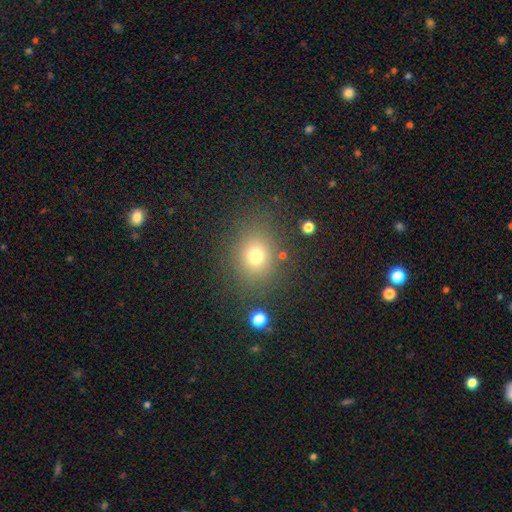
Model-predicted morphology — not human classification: This appears to be a smooth galaxy with no disk features (73%) that is round (68%). Merging: none (82%).